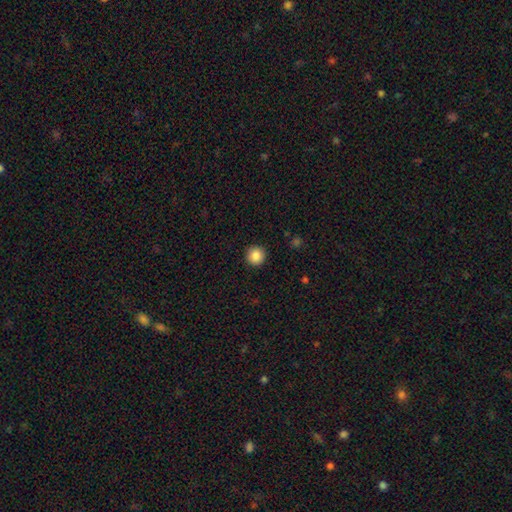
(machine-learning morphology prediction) A smooth galaxy with no disk features (87%) that is round (96%).

Vote fractions:
- Smooth or featured? smooth: 87% / star or artifact: 9% / featured or disk: 4%
- How rounded? round: 96% / in between: 3% / cigar-shaped: 1%
- Merging? none: 93% / minor disturbance: 4% / major disturbance: 2% / merger: 1%